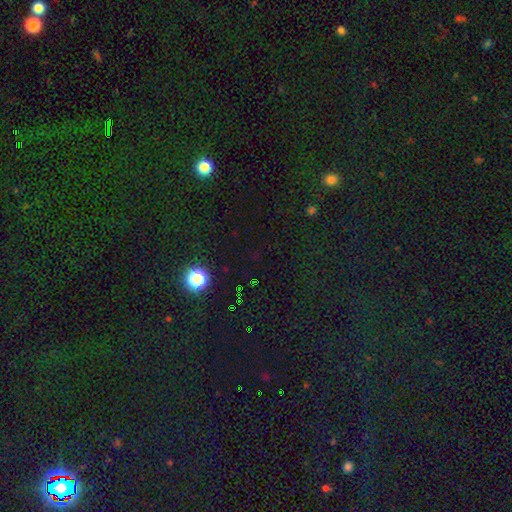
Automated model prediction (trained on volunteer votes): A star or artifact, not a galaxy (75%).